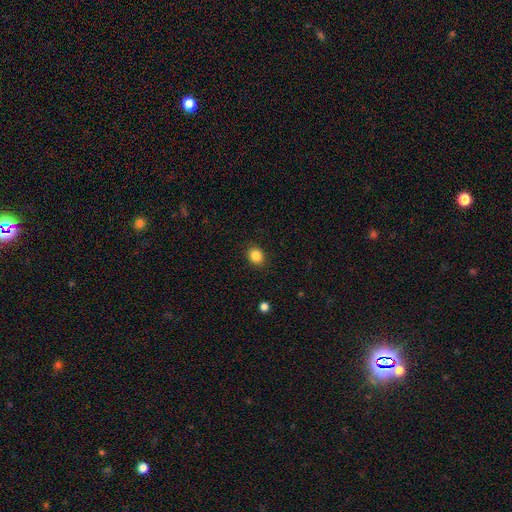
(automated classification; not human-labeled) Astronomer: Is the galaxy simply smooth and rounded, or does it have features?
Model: smooth — 85%.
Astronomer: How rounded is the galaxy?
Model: round — 62%.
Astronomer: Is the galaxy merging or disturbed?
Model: none — 90%.